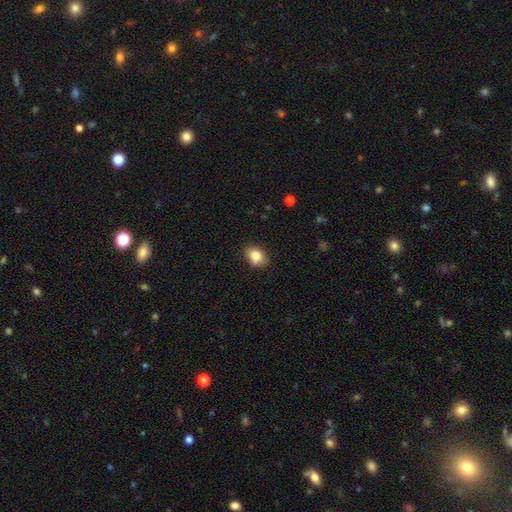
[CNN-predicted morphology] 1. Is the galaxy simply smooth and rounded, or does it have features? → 82% smooth, 9% star or artifact, 9% featured or disk.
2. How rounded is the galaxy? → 70% in between, 29% round, 1% cigar-shaped.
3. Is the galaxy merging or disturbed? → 84% none, 13% minor disturbance, 2% major disturbance, 1% merger.